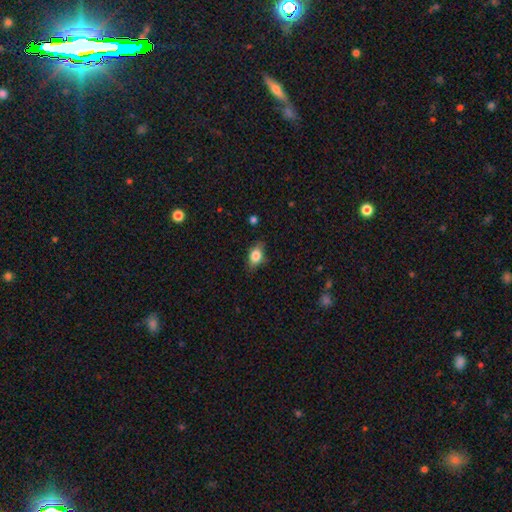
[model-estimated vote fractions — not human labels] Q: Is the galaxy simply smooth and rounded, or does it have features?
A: smooth — 77%.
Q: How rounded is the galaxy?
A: in between — 76%.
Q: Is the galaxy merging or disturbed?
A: none — 74%.